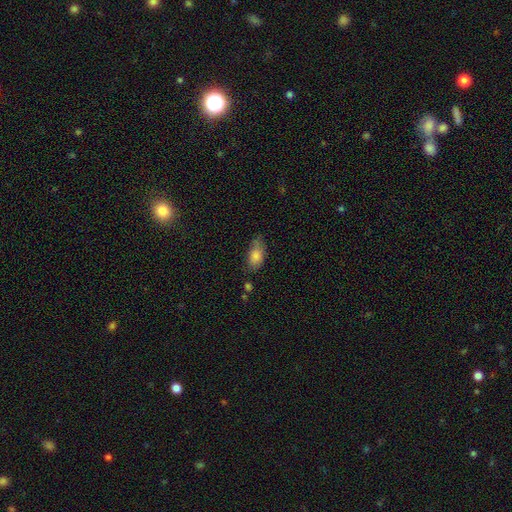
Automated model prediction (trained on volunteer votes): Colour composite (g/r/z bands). It shows a smooth galaxy with no disk features (83%) that is in between round and cigar-shaped (89%). Merging: none (57%).